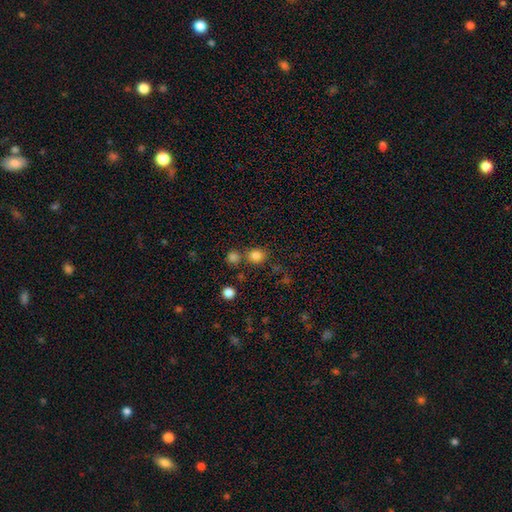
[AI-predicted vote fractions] Smooth or featured? Predicted: smooth (p=0.82). How rounded? Predicted: round (p=0.81). Merging? Predicted: none (p=0.73).